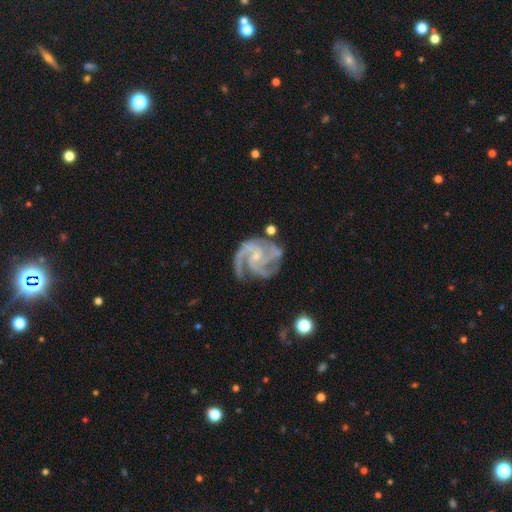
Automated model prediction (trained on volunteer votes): smooth-or-featured: featured or disk: 93% | star or artifact: 4% | smooth: 3%
  disk-edge-on: no: 98% | yes: 2%
    bar: no: 61% | weak: 30% | strong: 9%
    has-spiral-arms: yes: 99% | no: 1%
      spiral-winding: medium: 48% | tight: 46% | loose: 6%
      spiral-arm-count: 3: 60% | 4: 15% | 2: 10% | can't tell: 6% | more than 4: 4% | 1: 4%
    bulge-size: small: 76% | moderate: 19% | none: 4% | large: 1% | dominant: 1%
  merging: none: 67% | minor disturbance: 20% | major disturbance: 10% | merger: 3%